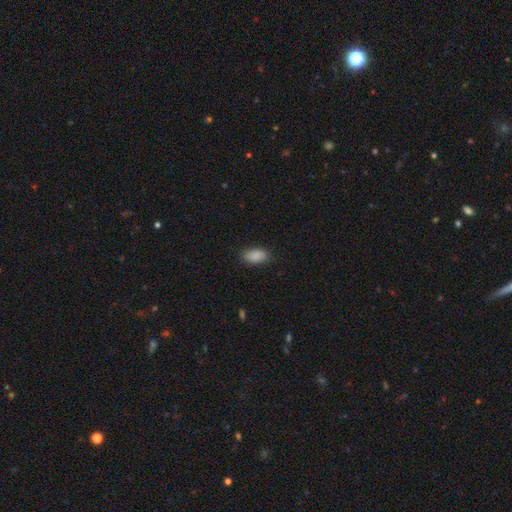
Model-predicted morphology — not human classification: Q: Smooth or featured?
A: smooth (89%); runner-up: star or artifact (7%)
Q: How rounded?
A: in between (92%); runner-up: cigar-shaped (4%)
Q: Merging?
A: none (86%); runner-up: minor disturbance (11%)